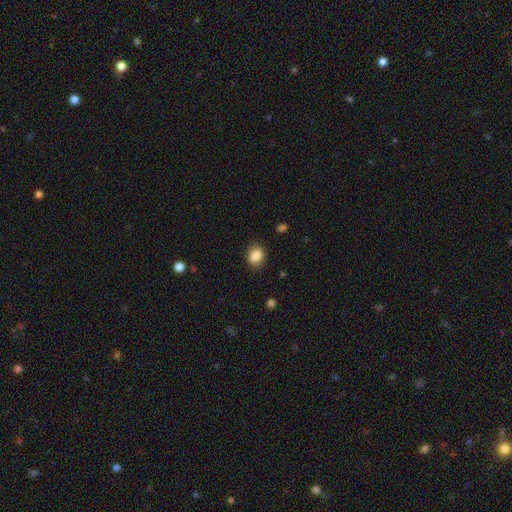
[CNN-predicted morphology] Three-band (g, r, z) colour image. It shows a smooth galaxy with no disk features (86%) that is in between round and cigar-shaped (55%). Merging: none (84%).